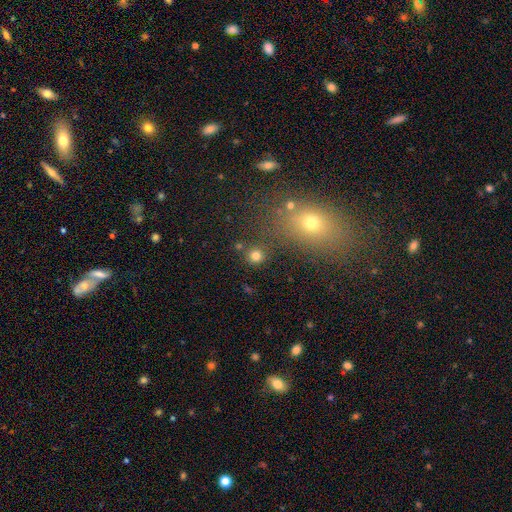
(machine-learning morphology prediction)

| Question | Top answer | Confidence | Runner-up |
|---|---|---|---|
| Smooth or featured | smooth | 77% | star or artifact (17%) |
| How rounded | round | 91% | in between (8%) |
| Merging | none | 81% | merger (8%) |